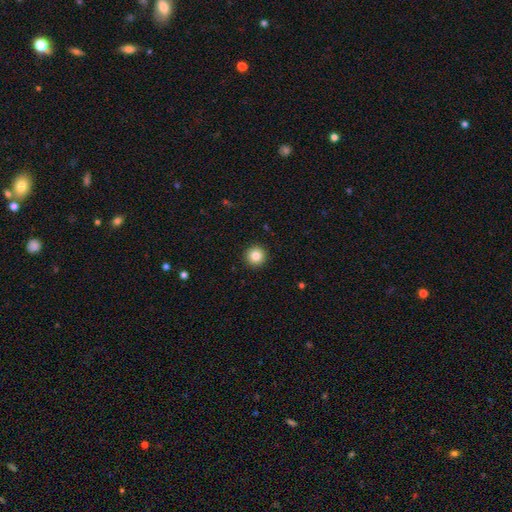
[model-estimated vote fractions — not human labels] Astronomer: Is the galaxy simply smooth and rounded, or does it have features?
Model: smooth — 85%.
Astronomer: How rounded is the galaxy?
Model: round — 96%.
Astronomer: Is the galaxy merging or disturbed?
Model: none — 93%.